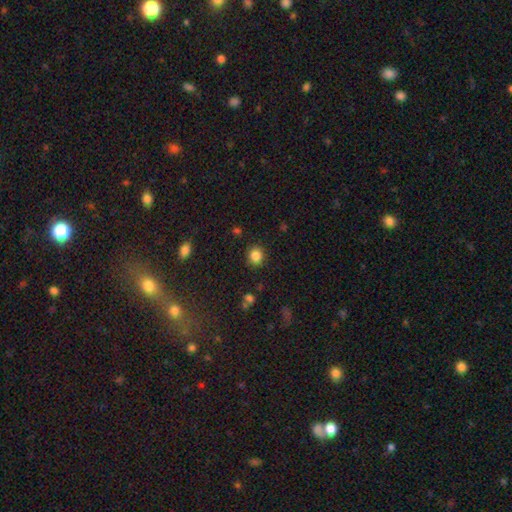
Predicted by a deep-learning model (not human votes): Q: Smooth or featured?
A: smooth (85%); runner-up: star or artifact (11%)
Q: How rounded?
A: round (81%); runner-up: in between (19%)
Q: Merging?
A: none (88%); runner-up: minor disturbance (8%)